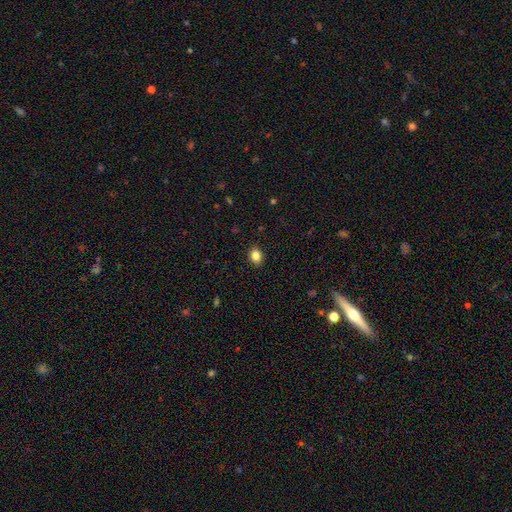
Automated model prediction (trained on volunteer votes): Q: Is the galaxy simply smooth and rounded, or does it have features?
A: smooth — 85%.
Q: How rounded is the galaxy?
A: in between — 61%.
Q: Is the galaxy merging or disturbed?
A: none — 88%.